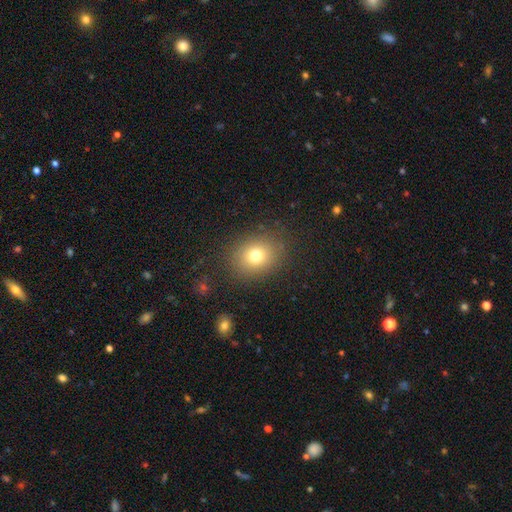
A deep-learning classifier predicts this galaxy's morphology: A smooth galaxy with no disk features (75%) that is round (63%). Merging: none (85%).